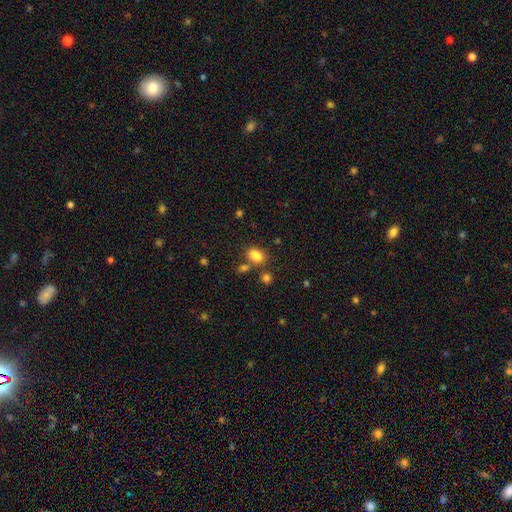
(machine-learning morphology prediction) A smooth galaxy with no disk features (84%) that is in between round and cigar-shaped (79%). Merging: none (66%).